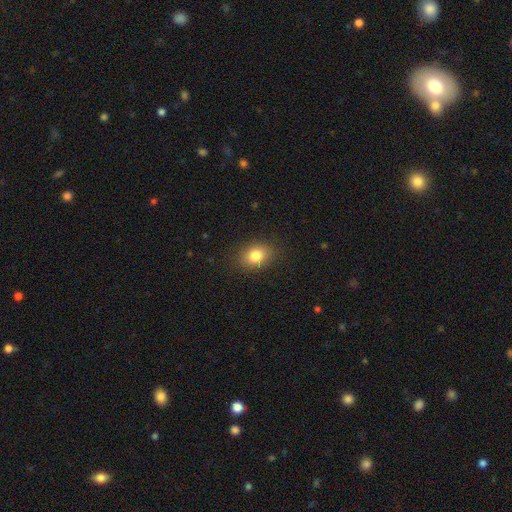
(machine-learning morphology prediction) Smooth or featured?
  - smooth: 82% *
  - star or artifact: 10%
  - featured or disk: 8%
How rounded?
  - in between: 63% *
  - round: 36%
  - cigar-shaped: 1%
Merging?
  - none: 86% *
  - minor disturbance: 10%
  - major disturbance: 3%
  - merger: 1%